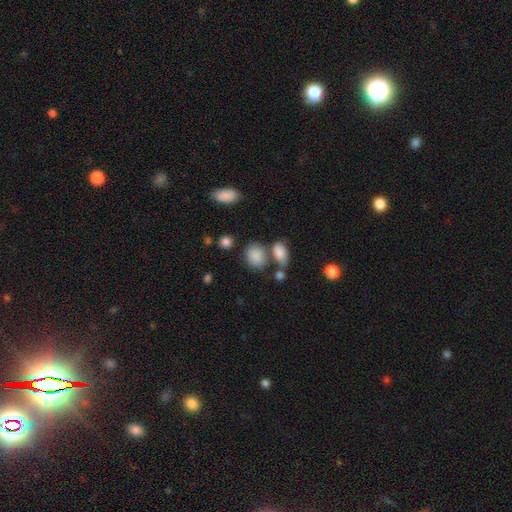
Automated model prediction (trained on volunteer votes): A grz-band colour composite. It shows a smooth galaxy with no disk features (85%) that is in between round and cigar-shaped (59%). Merging: none (61%).